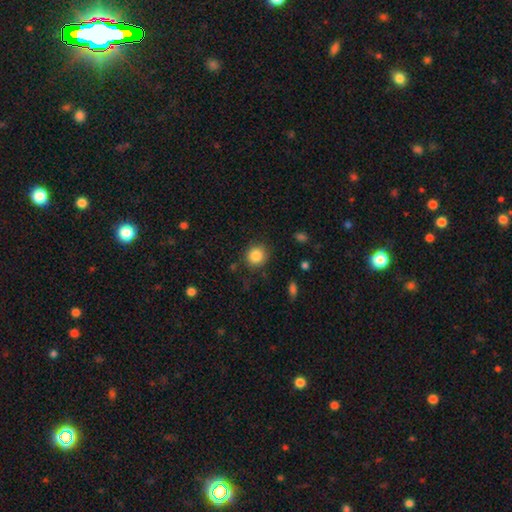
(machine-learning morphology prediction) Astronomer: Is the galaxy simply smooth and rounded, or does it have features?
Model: smooth — 85%.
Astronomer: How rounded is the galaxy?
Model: round — 86%.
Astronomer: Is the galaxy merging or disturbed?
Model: none — 85%.